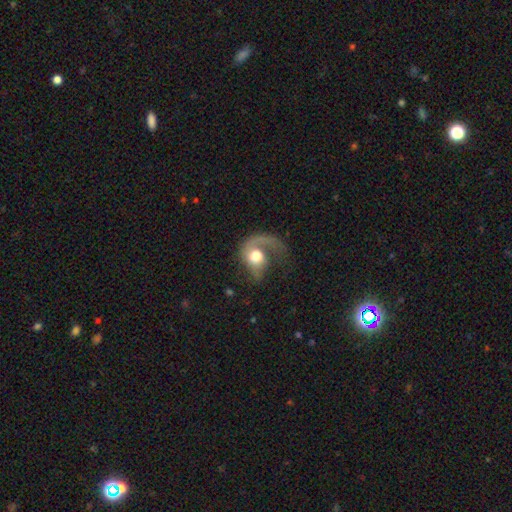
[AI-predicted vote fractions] featured or disk 65%, smooth 28%, star or artifact 7%. Down the decision tree: edge-on disk — no (97%); bar — no (77%); spiral arms — yes (84%); spiral arm count — 1 (84%); spiral winding — loose (56%); bulge size — moderate (53%); merging — major disturbance (54%).